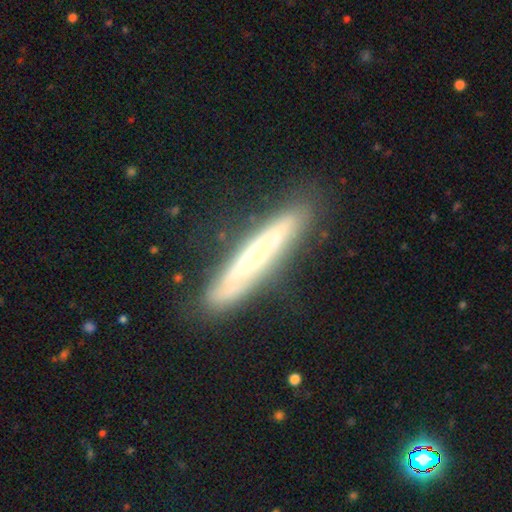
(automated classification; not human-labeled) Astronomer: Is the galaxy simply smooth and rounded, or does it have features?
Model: featured or disk — 72%.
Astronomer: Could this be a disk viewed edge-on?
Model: yes — 59% (runner-up: no, 41%).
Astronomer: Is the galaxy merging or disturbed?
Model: none — 83%.